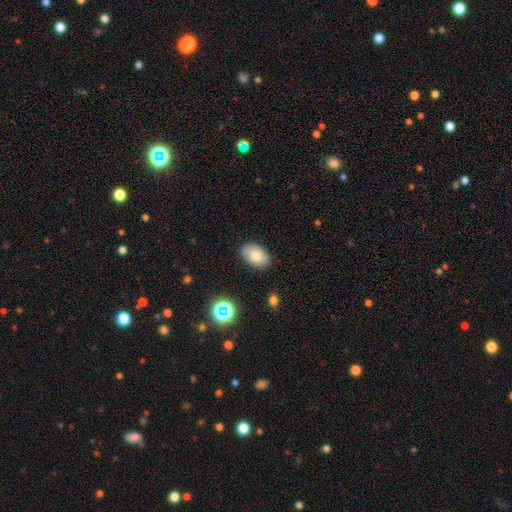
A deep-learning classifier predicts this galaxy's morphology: The model was most divided on "smooth or featured": smooth: 78%, featured or disk: 13%, star or artifact: 9%. More confident: how rounded — in between (90%); merging — none (86%).